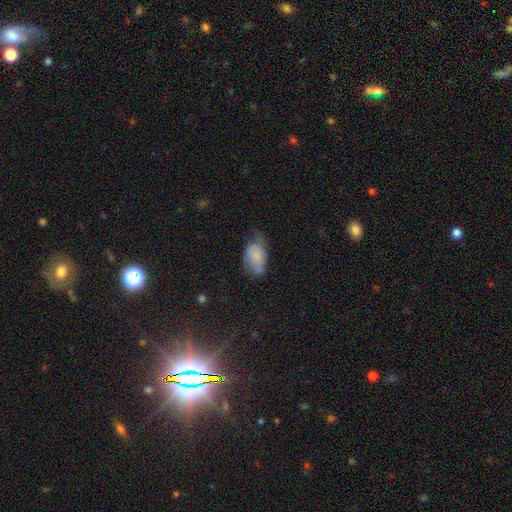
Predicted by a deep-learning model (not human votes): This appears to be a smooth galaxy with no disk features (69%) that is in between round and cigar-shaped (92%). Merging: minor disturbance (40%).